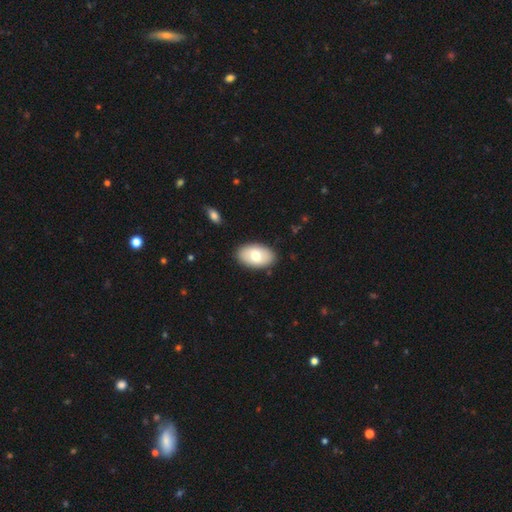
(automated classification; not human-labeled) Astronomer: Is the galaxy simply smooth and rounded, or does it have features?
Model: smooth — 71%.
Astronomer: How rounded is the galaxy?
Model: in between — 94%.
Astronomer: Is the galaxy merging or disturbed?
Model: none — 88%.